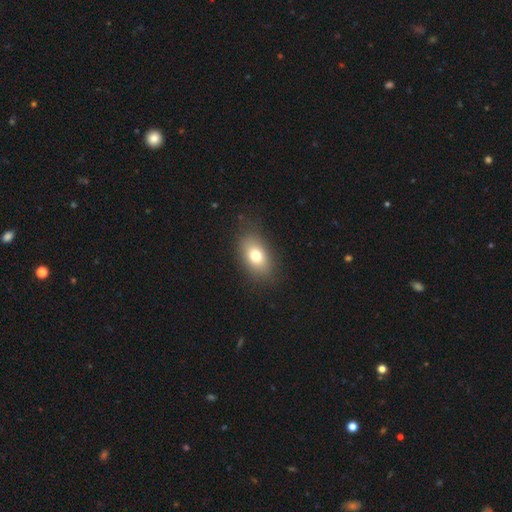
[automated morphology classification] A smooth galaxy with no disk features (76%) that is in between round and cigar-shaped (84%).

Vote fractions:
- Smooth or featured? smooth: 76% / featured or disk: 14% / star or artifact: 10%
- How rounded? in between: 84% / round: 13% / cigar-shaped: 2%
- Merging? none: 84% / minor disturbance: 11% / major disturbance: 4% / merger: 1%